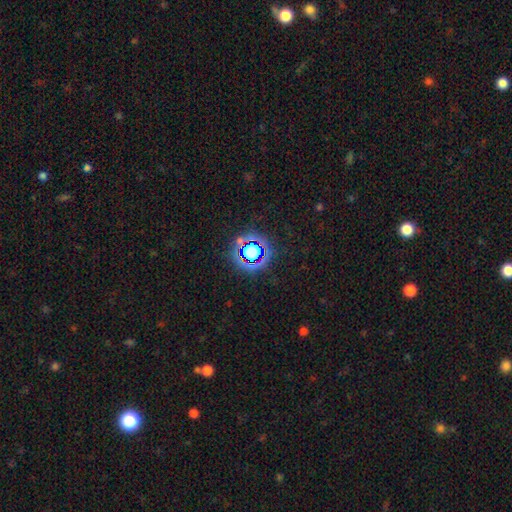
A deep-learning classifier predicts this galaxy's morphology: smooth-or-featured: star or artifact: 78% | smooth: 14% | featured or disk: 7%